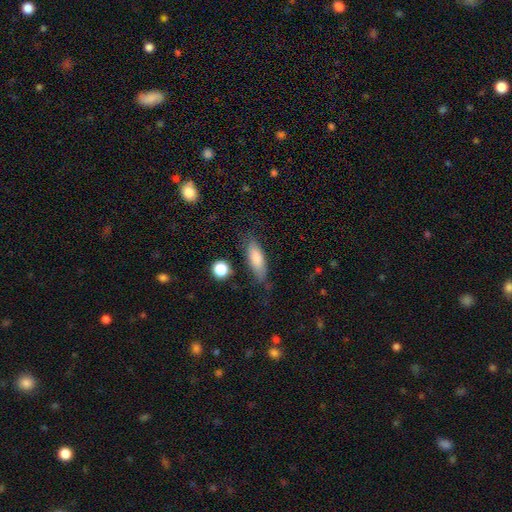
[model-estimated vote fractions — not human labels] A smooth galaxy with no disk features (66%) that is cigar-shaped (52%).

Vote fractions:
- Smooth or featured? smooth: 66% / featured or disk: 23% / star or artifact: 11%
- How rounded? cigar-shaped: 52% / in between: 45% / round: 3%
- Merging? none: 74% / minor disturbance: 19% / major disturbance: 5% / merger: 2%